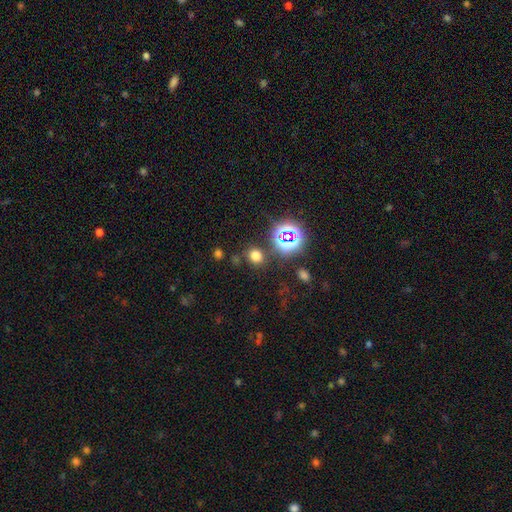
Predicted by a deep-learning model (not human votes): Smooth or featured? smooth (67%)
How rounded? round (70%)
Merging? none (81%)